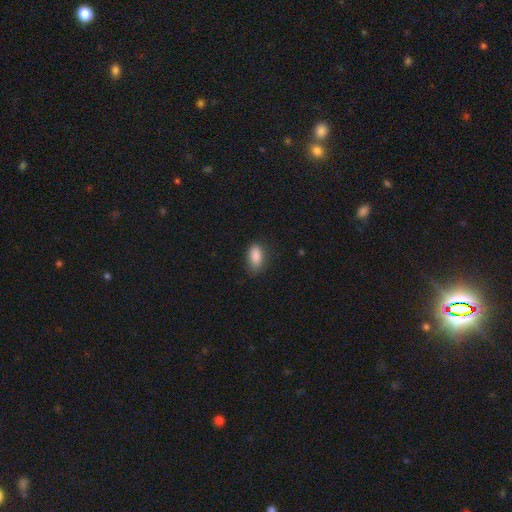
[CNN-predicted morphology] Q: Smooth or featured?
A: smooth (88%); runner-up: star or artifact (8%)
Q: How rounded?
A: in between (91%); runner-up: round (5%)
Q: Merging?
A: none (75%); runner-up: minor disturbance (20%)